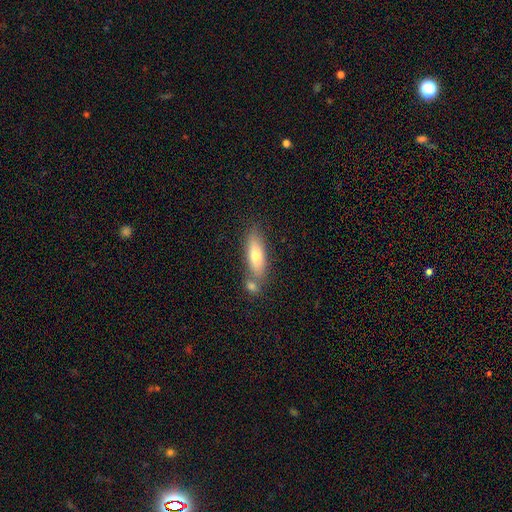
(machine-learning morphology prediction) This appears to be a smooth galaxy with no disk features (67%) that is cigar-shaped (56%). Merging: none (62%).